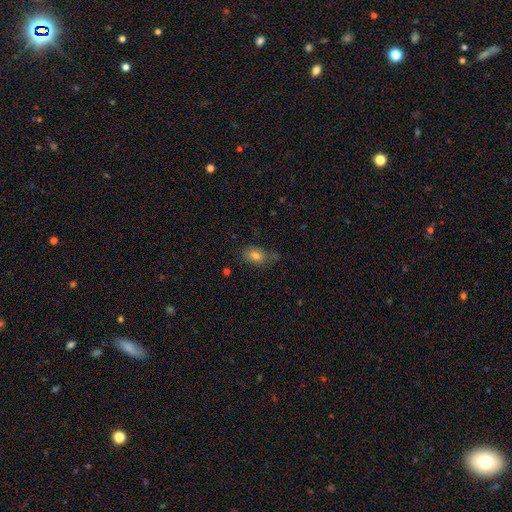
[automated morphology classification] Smooth or featured? Predicted: smooth (p=0.76). How rounded? Predicted: in between (p=0.76). Merging? Predicted: none (p=0.62).